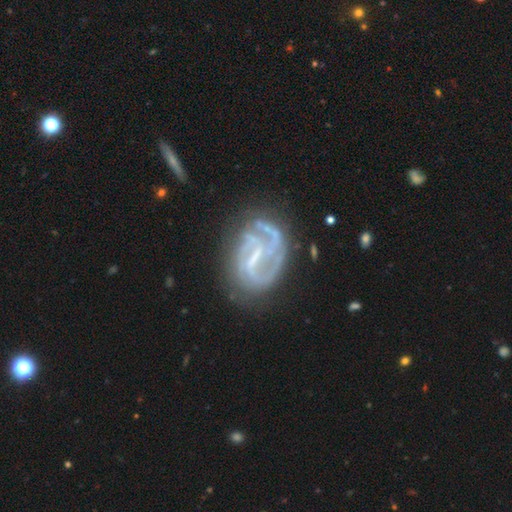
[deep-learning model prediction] Smooth or featured: featured or disk — 83% (smooth — 10%)
Edge-on disk: no — 98% (yes — 2%)
Bar: weak — 45% (strong — 34%)
Spiral arms: yes — 86% (no — 14%)
Spiral winding: tight — 41% (tied with medium — 41%)
Spiral arm count: 2 — 35% (can't tell — 27%)
Bulge size: small — 41% (none — 40%)
Merging: none — 54% (minor disturbance — 22%)